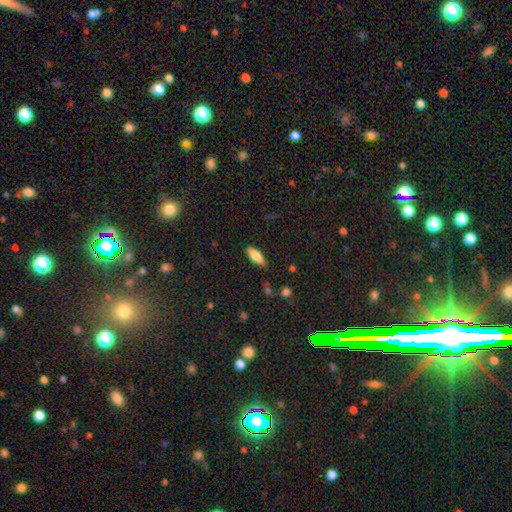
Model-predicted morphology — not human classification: Smooth or featured? Predicted: smooth (p=0.82). How rounded? Predicted: in between (p=0.69). Merging? Predicted: none (p=0.79).